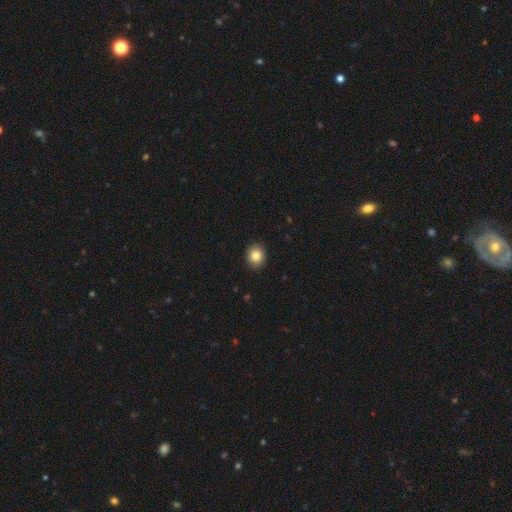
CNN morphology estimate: type=smooth (84%); roundness=round (66%); merging=none (91%).